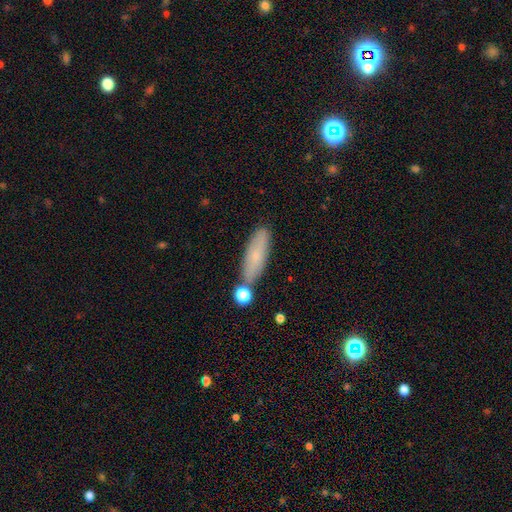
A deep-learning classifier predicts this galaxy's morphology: Smooth or featured? Predicted: smooth (p=0.72). How rounded? Predicted: cigar-shaped (p=0.54). Merging? Predicted: none (p=0.77).